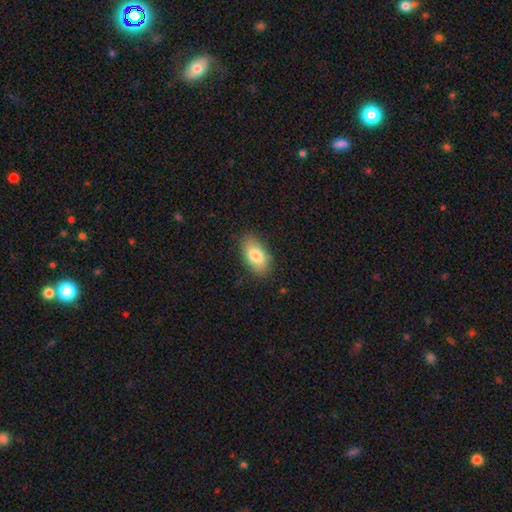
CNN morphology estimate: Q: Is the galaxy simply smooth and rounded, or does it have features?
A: smooth — 80%.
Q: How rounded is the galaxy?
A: in between — 93%.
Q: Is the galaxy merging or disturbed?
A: none — 83%.